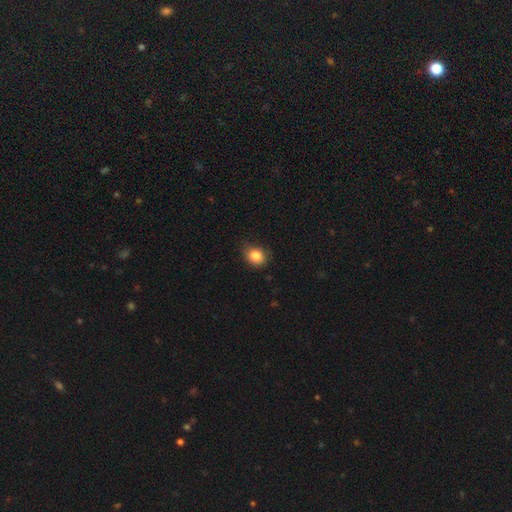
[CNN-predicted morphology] smooth_or_featured: smooth (p=0.85) [alt: star or artifact p=0.10]
how_rounded: round (p=0.54) [alt: in between p=0.45]
merging: none (p=0.72) [alt: minor disturbance p=0.23]